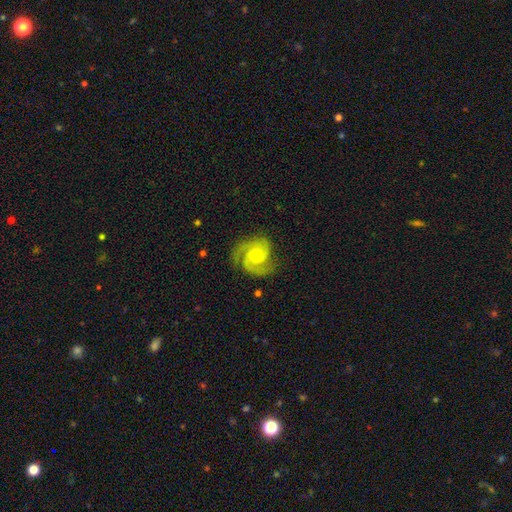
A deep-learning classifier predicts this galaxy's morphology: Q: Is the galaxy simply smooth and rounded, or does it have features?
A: featured or disk — 91%.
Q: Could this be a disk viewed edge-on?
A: no — 98%.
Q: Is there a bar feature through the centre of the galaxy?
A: no — 69%.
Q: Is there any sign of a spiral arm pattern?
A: yes — 98%.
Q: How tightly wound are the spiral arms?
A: tight — 49%.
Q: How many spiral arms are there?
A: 2 — 55%.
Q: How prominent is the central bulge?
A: small — 48%.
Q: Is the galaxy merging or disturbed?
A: none — 77%.